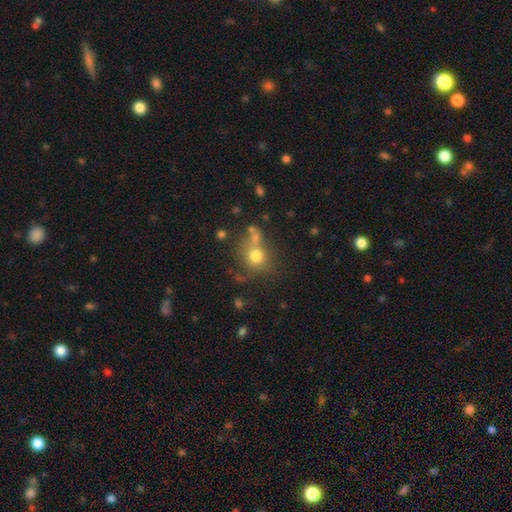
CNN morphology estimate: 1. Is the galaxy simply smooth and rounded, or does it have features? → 74% smooth, 15% star or artifact, 11% featured or disk.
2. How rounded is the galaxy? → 83% round, 16% in between, 1% cigar-shaped.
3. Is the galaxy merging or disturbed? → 62% none, 17% merger, 14% minor disturbance, 7% major disturbance.